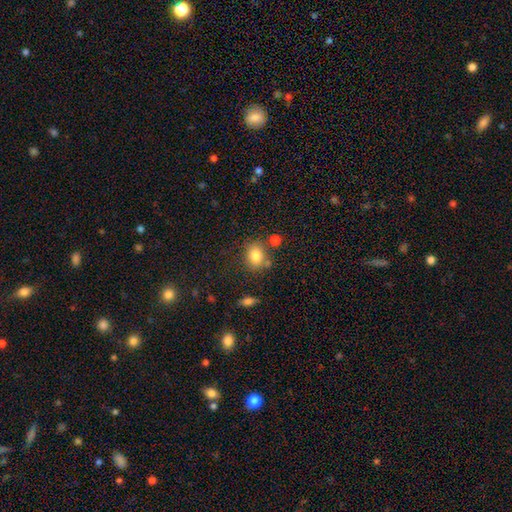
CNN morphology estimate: smooth 81%, star or artifact 10%, featured or disk 8%. Down the decision tree: how rounded — round (56%); merging — none (68%).